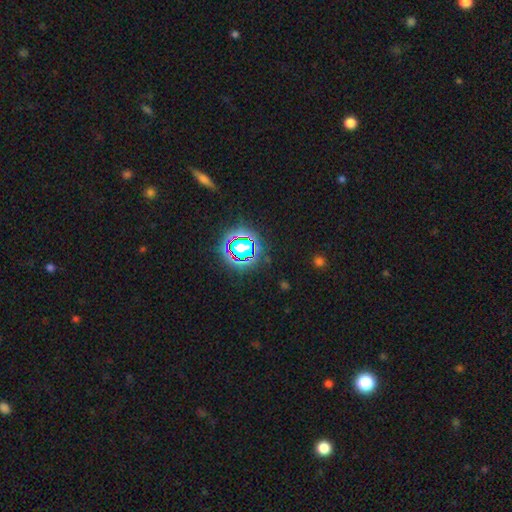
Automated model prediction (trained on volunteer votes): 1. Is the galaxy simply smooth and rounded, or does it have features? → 79% star or artifact, 14% smooth, 8% featured or disk.